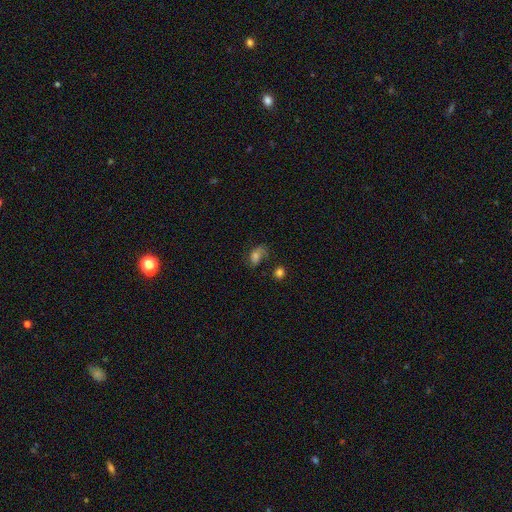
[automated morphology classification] Smooth or featured?
  - smooth: 54% *
  - featured or disk: 32%
  - star or artifact: 14%
How rounded?
  - in between: 78% *
  - round: 19%
  - cigar-shaped: 2%
Merging?
  - none: 44% *
  - minor disturbance: 27%
  - major disturbance: 23%
  - merger: 7%